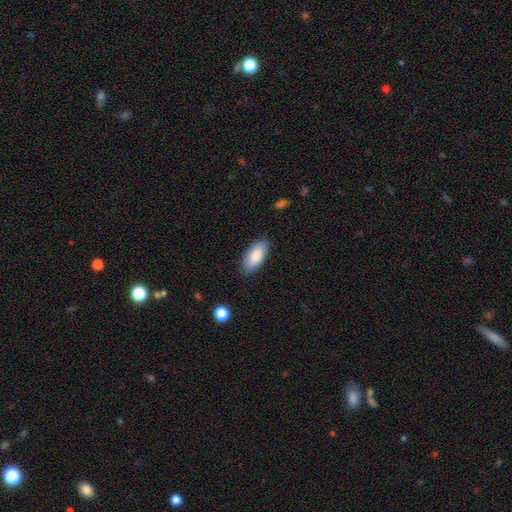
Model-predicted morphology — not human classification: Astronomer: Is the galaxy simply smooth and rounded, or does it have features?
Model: smooth — 85%.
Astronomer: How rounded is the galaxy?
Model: in between — 89%.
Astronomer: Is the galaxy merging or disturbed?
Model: none — 85%.